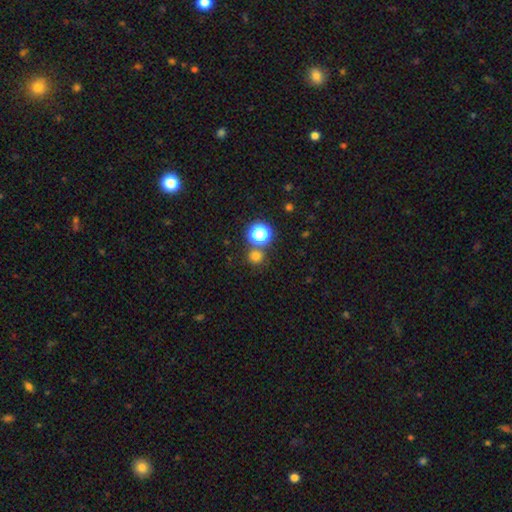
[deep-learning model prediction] Smooth or featured? Predicted: smooth (p=0.73). How rounded? Predicted: round (p=0.91). Merging? Predicted: none (p=0.73).